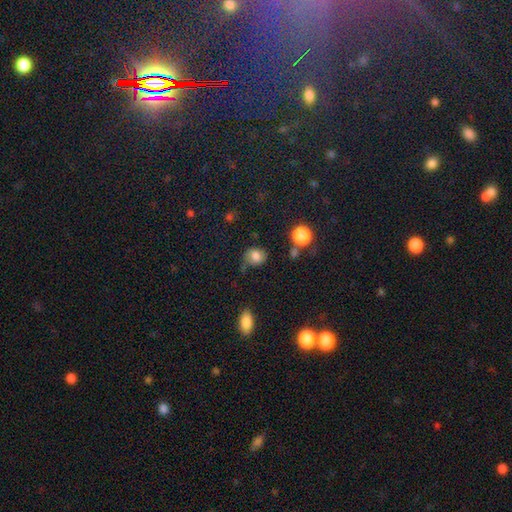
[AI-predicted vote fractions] Smooth or featured? smooth (78%)
How rounded? round (62%)
Merging? none (60%)